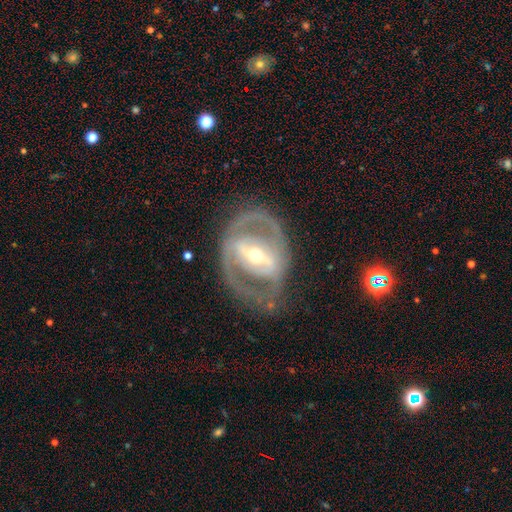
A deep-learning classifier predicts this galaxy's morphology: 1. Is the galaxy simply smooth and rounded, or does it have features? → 82% featured or disk, 12% smooth, 6% star or artifact.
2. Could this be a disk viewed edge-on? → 93% no, 7% yes.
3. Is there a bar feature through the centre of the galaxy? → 55% strong, 29% weak, 16% no.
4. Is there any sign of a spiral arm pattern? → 60% yes, 40% no.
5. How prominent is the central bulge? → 54% moderate, 40% small, 5% large, 1% dominant, 1% none.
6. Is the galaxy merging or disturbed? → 64% none, 18% minor disturbance, 15% major disturbance, 2% merger.